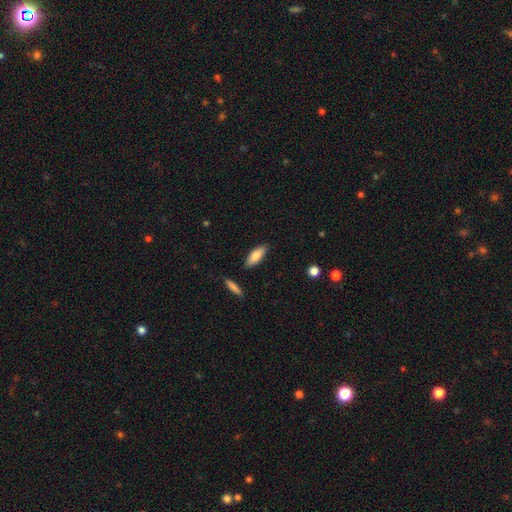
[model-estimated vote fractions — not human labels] Smooth or featured? Predicted: smooth (p=0.81). How rounded? Predicted: in between (p=0.68). Merging? Predicted: none (p=0.85).